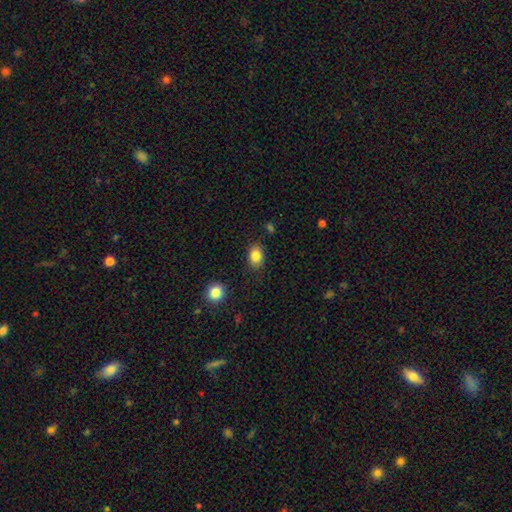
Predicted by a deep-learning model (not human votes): A smooth galaxy with no disk features (85%) that is in between round and cigar-shaped (69%). Merging: none (85%).